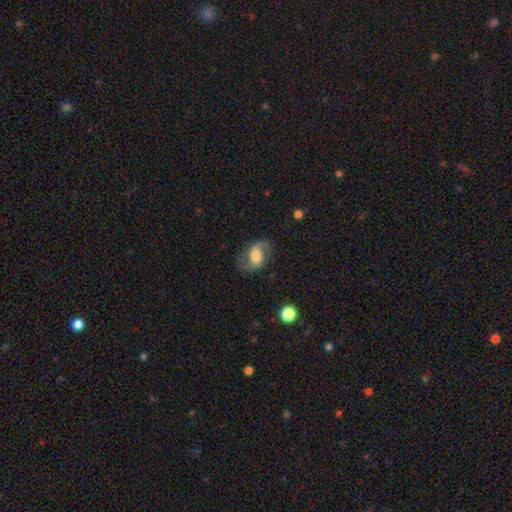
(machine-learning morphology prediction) featured or disk 63%, smooth 29%, star or artifact 8%. Down the decision tree: edge-on disk — no (96%); bar — weak (41%); spiral arms — yes (89%); spiral arm count — 2 (89%); spiral winding — loose (50%); bulge size — moderate (58%); merging — none (70%).